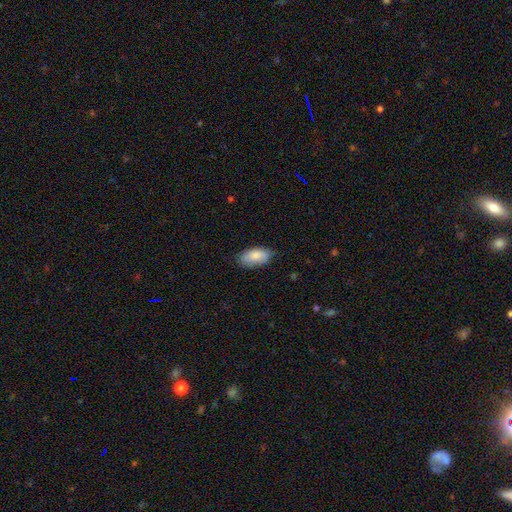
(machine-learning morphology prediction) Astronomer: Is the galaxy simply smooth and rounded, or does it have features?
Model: smooth — 82%.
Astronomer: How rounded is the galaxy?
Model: in between — 92%.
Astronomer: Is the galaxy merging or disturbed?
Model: none — 76%.